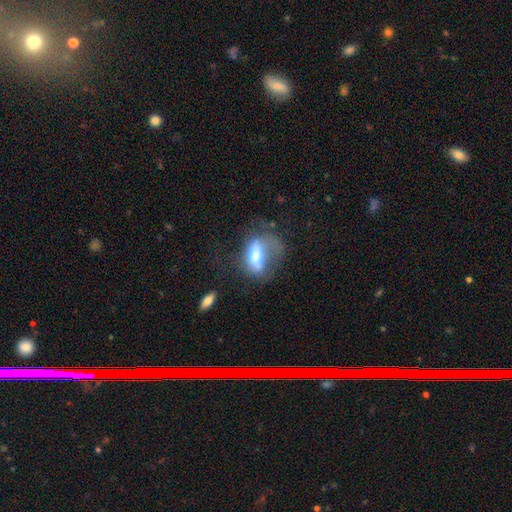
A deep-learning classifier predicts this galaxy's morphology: The model was most divided on "smooth or featured": smooth: 50%, featured or disk: 41%, star or artifact: 9%. Remaining: merging — major disturbance (43%).